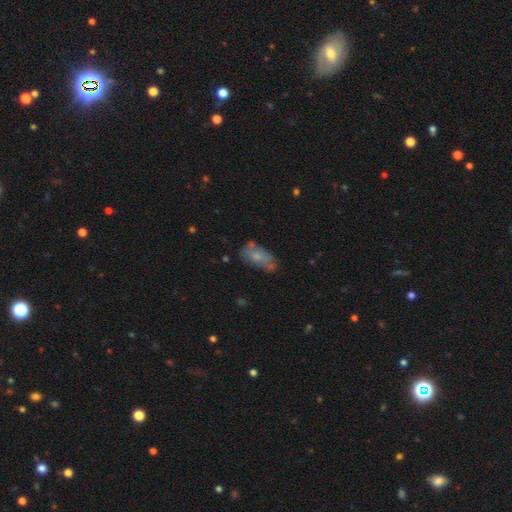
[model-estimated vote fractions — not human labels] Smooth or featured?
  - smooth: 57% *
  - featured or disk: 31%
  - star or artifact: 12%
How rounded?
  - in between: 82% *
  - cigar-shaped: 14%
  - round: 4%
Merging?
  - none: 54% *
  - minor disturbance: 29%
  - major disturbance: 12%
  - merger: 5%